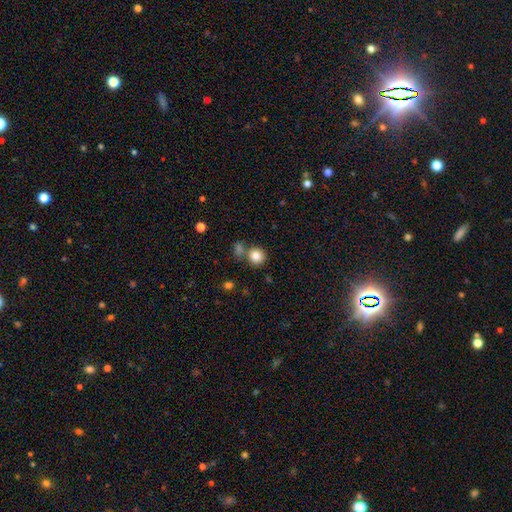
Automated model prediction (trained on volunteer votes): A smooth galaxy with no disk features (85%) that is round (89%). Merging: none (67%).